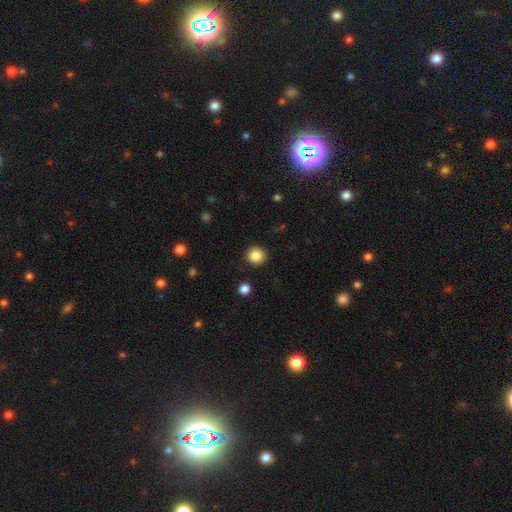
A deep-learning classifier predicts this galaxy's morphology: A smooth galaxy with no disk features (87%) that is round (94%). Merging: none (92%).